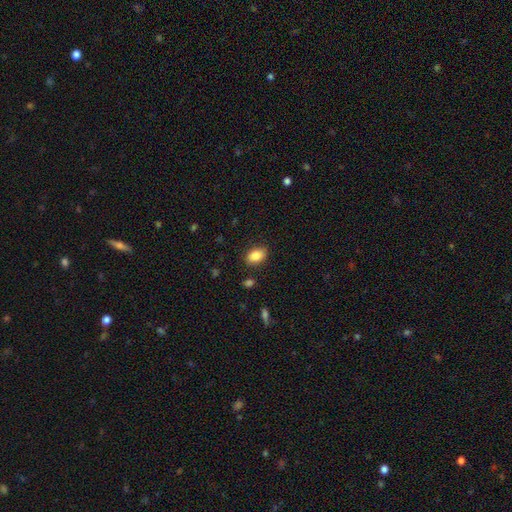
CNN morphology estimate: type=smooth (87%); roundness=in between (87%); merging=none (84%).